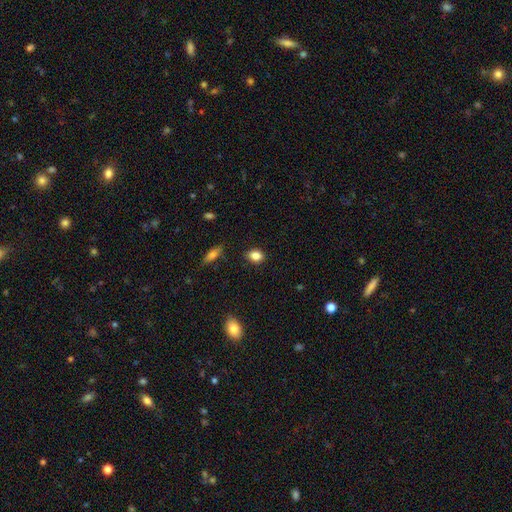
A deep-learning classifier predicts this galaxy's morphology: Smooth or featured: smooth — 85% (star or artifact — 9%)
How rounded: in between — 63% (round — 35%)
Merging: none — 85% (minor disturbance — 11%)